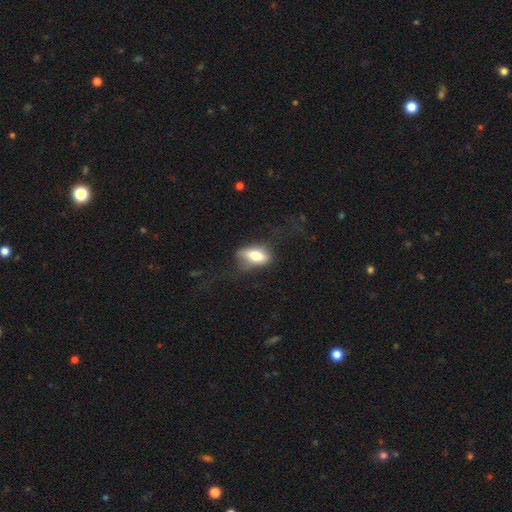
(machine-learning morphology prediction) smooth-or-featured: smooth: 66% | featured or disk: 26% | star or artifact: 8%
  how-rounded: in between: 85% | cigar-shaped: 9% | round: 6%
  merging: none: 49% | minor disturbance: 24% | major disturbance: 24% | merger: 2%